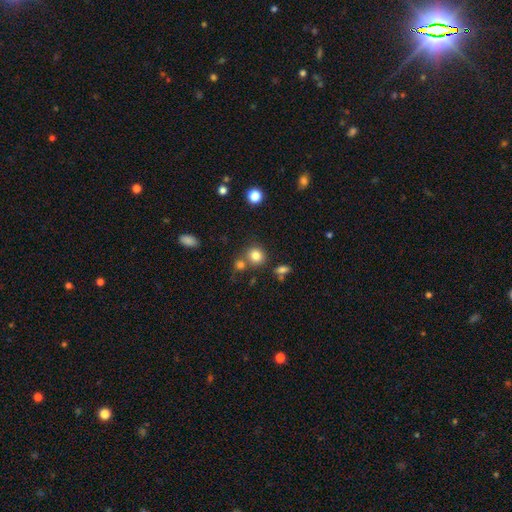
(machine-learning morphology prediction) Overall: smooth (81%). How rounded: round (80%). Merging: none (68%).